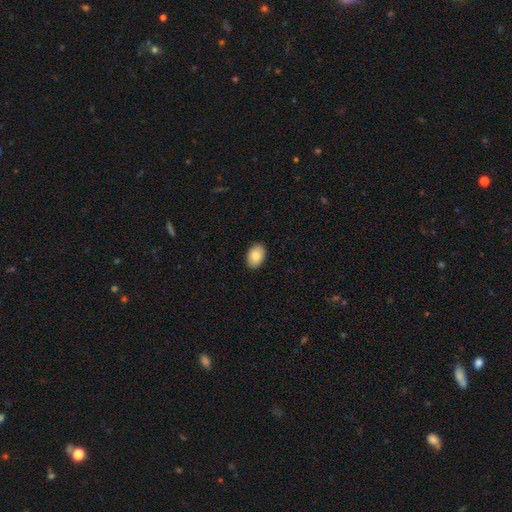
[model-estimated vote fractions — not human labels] Overall: smooth (84%). How rounded: in between (88%). Merging: none (91%).